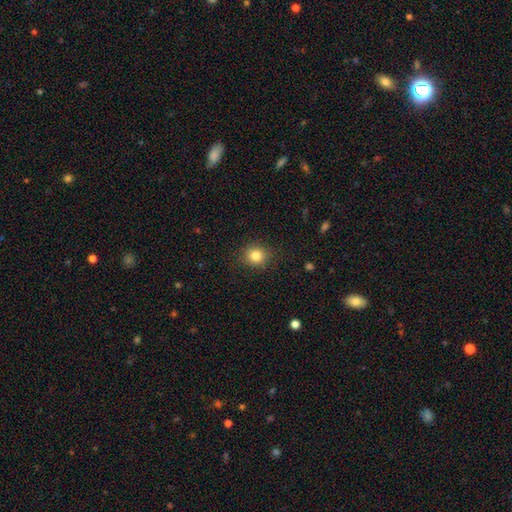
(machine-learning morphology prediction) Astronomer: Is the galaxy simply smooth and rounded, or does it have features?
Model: smooth — 83%.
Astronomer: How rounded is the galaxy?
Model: round — 86%.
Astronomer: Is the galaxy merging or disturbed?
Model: none — 88%.